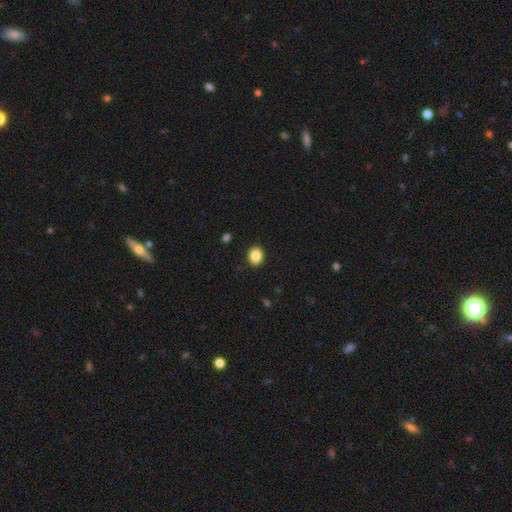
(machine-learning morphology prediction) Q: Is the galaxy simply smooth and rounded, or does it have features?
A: smooth — 86%.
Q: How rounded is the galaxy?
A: round — 57%.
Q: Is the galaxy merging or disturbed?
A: none — 91%.